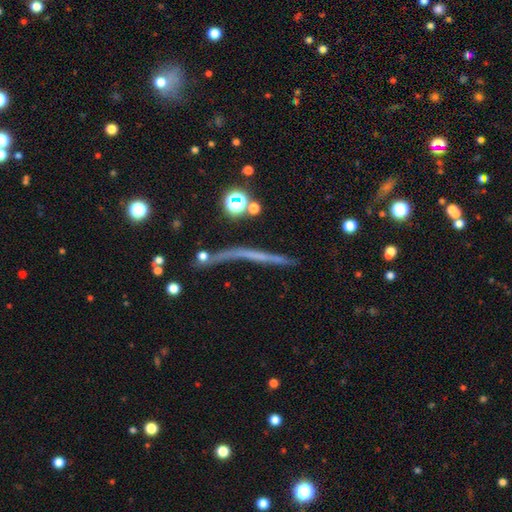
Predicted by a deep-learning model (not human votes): smooth_or_featured: featured or disk (p=0.48) [alt: smooth p=0.33]
merging: none (p=0.60) [alt: minor disturbance p=0.18]